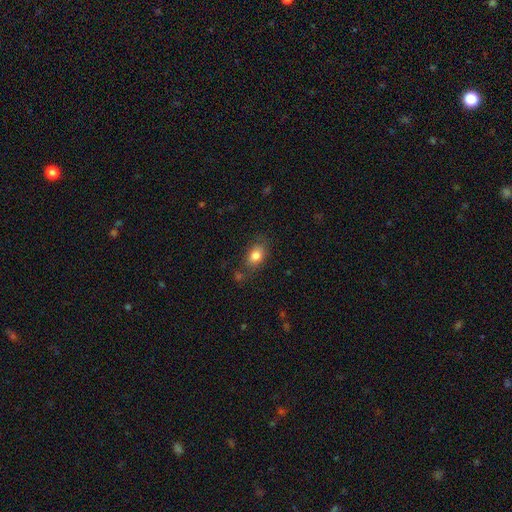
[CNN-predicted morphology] This appears to be a smooth galaxy with no disk features (82%) that is in between round and cigar-shaped (80%). Merging: none (72%).